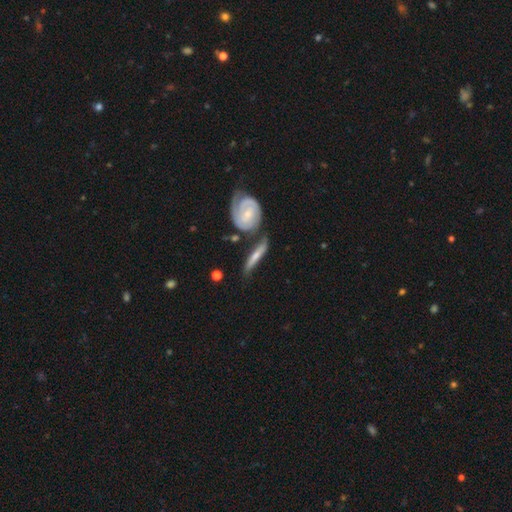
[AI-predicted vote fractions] A featured or disk galaxy (60%).

Vote fractions:
- Smooth or featured? featured or disk: 60% / smooth: 34% / star or artifact: 6%
- Edge-on disk? no: 55% / yes: 45%
- Merging? none: 52% / merger: 23% / minor disturbance: 18% / major disturbance: 7%